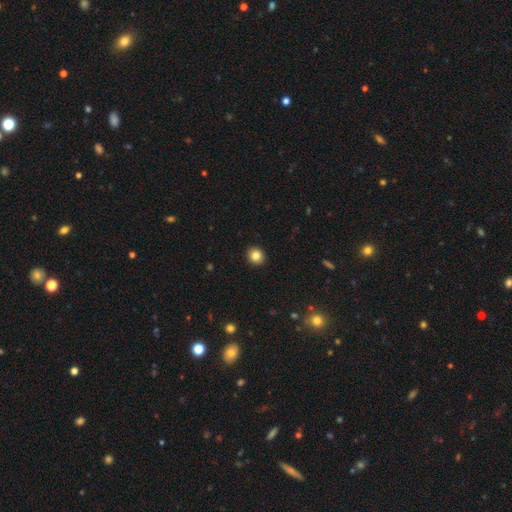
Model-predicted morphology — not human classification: Smooth or featured: smooth — 84% (star or artifact — 10%)
How rounded: round — 86% (in between — 13%)
Merging: none — 93% (minor disturbance — 5%)